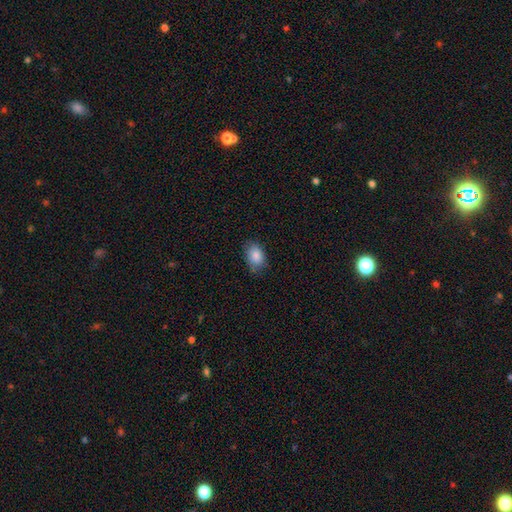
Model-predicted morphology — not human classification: smooth-or-featured: smooth: 87% | star or artifact: 7% | featured or disk: 6%
  how-rounded: in between: 84% | round: 15% | cigar-shaped: 1%
  merging: none: 76% | minor disturbance: 20% | major disturbance: 4% | merger: 1%